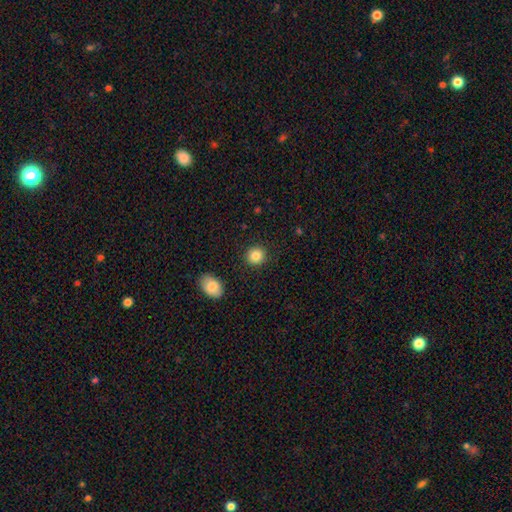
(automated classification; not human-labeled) A smooth galaxy with no disk features (86%) that is round (86%).

Vote fractions:
- Smooth or featured? smooth: 86% / star or artifact: 9% / featured or disk: 5%
- How rounded? round: 86% / in between: 13% / cigar-shaped: 1%
- Merging? none: 90% / minor disturbance: 6% / major disturbance: 2% / merger: 2%